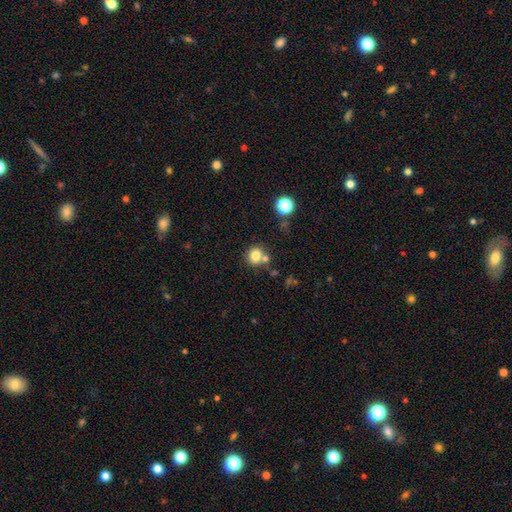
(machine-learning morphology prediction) This is likely a smooth galaxy (78%). How rounded: likely round (78%). Merging: likely none (63%).